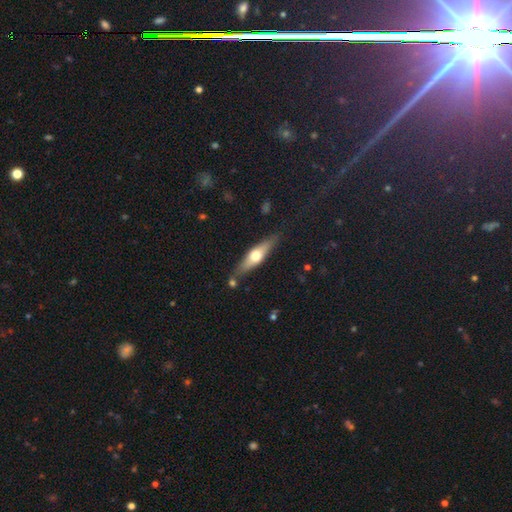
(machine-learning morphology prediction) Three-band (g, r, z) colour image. It shows a featured or disk galaxy (53%) viewed edge-on (90%). Merging: none (80%).